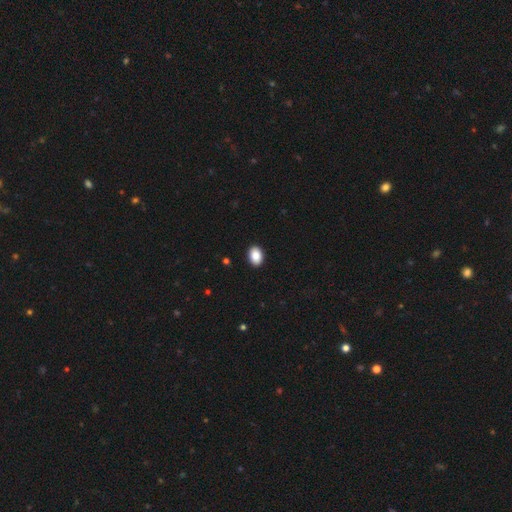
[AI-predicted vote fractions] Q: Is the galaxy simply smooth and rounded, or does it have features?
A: smooth — 88%.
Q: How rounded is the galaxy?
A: in between — 81%.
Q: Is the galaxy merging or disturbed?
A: none — 92%.